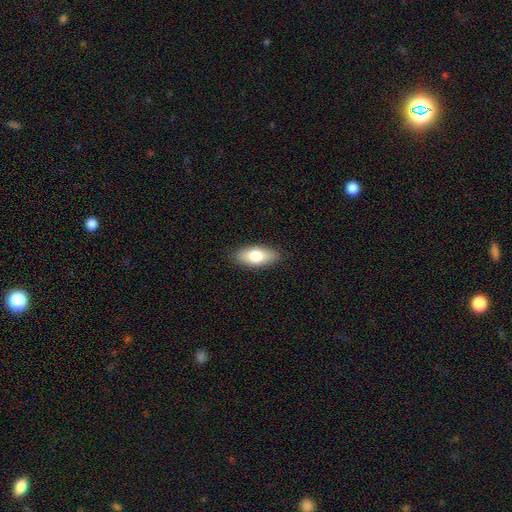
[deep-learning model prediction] The model was most divided on "smooth or featured": smooth: 75%, featured or disk: 19%, star or artifact: 6%. More confident: merging — none (88%); how rounded — in between (84%).